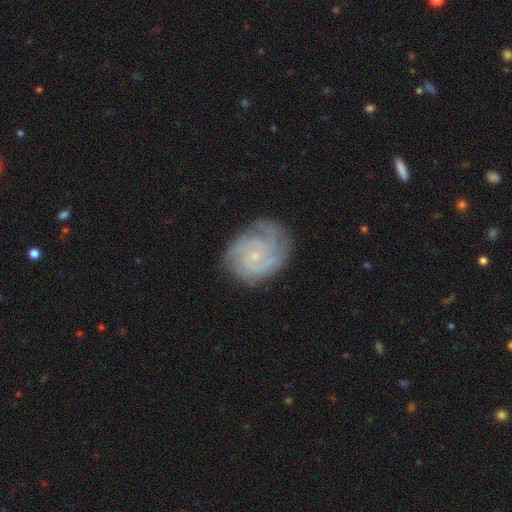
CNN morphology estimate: smooth_or_featured: featured or disk (p=0.83) [alt: smooth p=0.11]
disk_edge_on: no (p=0.98) [alt: yes p=0.02]
bar: no (p=0.75) [alt: weak p=0.22]
has_spiral_arms: yes (p=0.96) [alt: no p=0.04]
spiral_winding: tight (p=0.67) [alt: medium p=0.28]
spiral_arm_count: 3 (p=0.32) [alt: can't tell p=0.23]
bulge_size: small (p=0.81) [alt: moderate p=0.12]
merging: none (p=0.73) [alt: minor disturbance p=0.19]